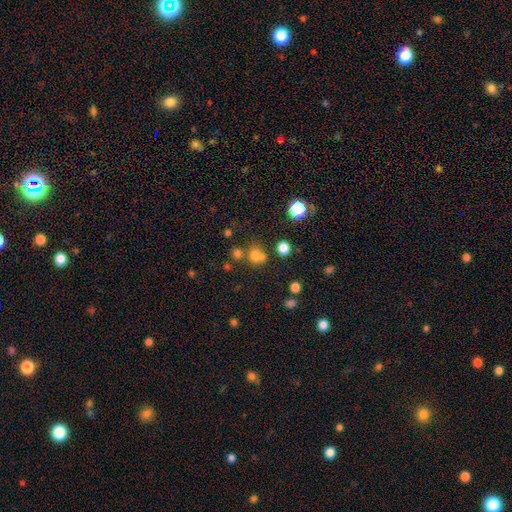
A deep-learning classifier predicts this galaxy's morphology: smooth 67%, star or artifact 22%, featured or disk 11%. Down the decision tree: how rounded — round (80%); merging — none (51%).